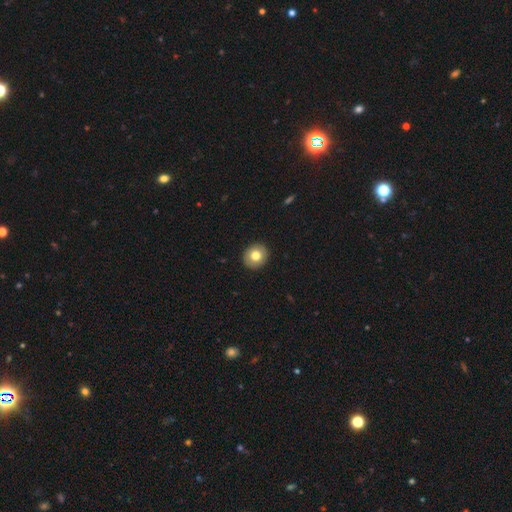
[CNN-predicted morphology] type=smooth (77%); roundness=round (85%); merging=none (92%).